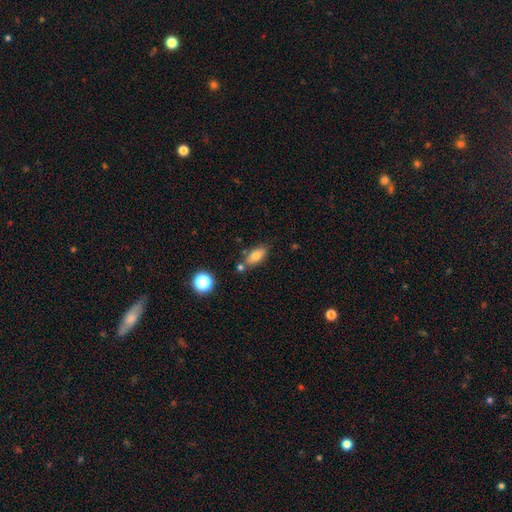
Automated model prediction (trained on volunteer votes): This appears to be a smooth galaxy with no disk features (75%) that is in between round and cigar-shaped (84%). Merging: none (69%).